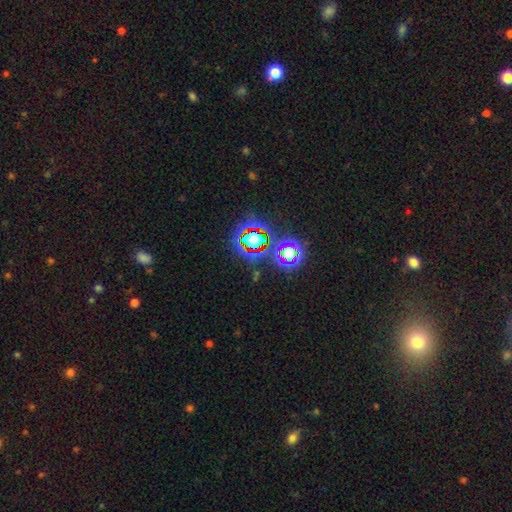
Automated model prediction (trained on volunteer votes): Smooth or featured?
  - star or artifact: 77% *
  - smooth: 14%
  - featured or disk: 8%